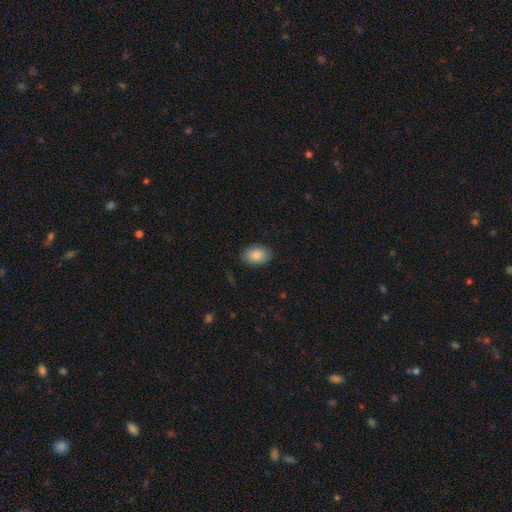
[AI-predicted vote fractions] Overall: smooth (87%). How rounded: in between (86%). Merging: none (88%).